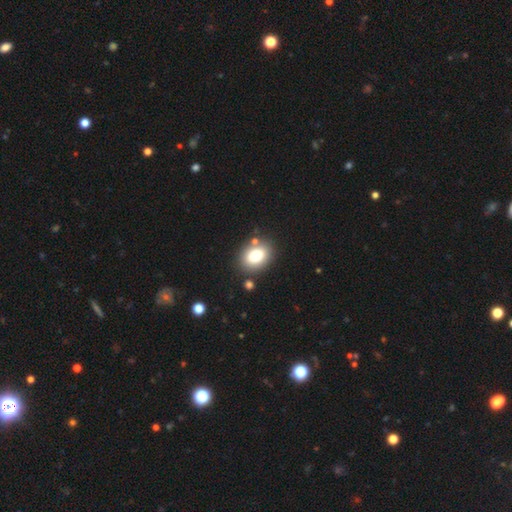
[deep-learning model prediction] Morphology: type=smooth (78%); roundness=in between (66%); merging=none (80%).